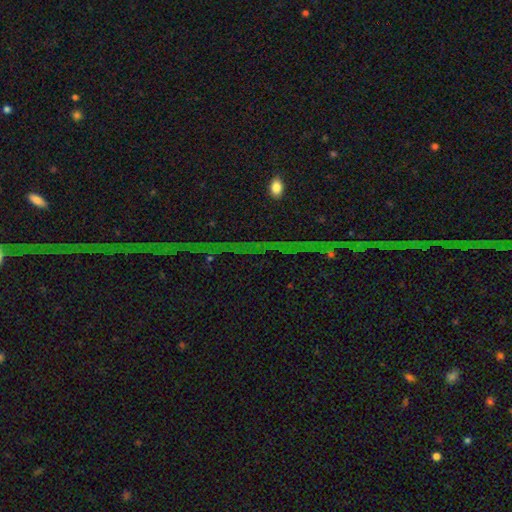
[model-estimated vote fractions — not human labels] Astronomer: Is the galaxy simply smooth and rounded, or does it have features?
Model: star or artifact — 80%.